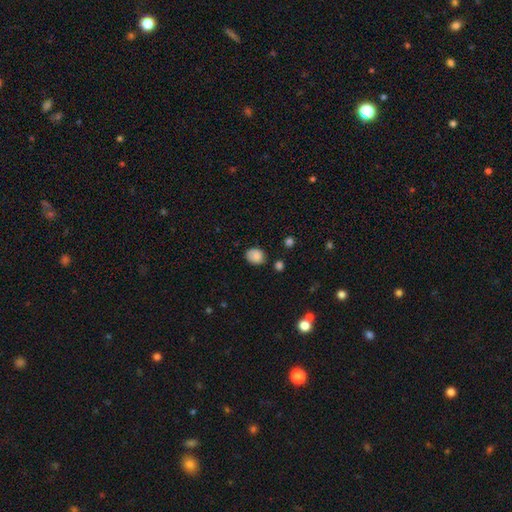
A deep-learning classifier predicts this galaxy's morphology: smooth_or_featured: smooth (p=0.84) [alt: star or artifact p=0.09]
how_rounded: round (p=0.56) [alt: in between p=0.43]
merging: none (p=0.74) [alt: minor disturbance p=0.19]